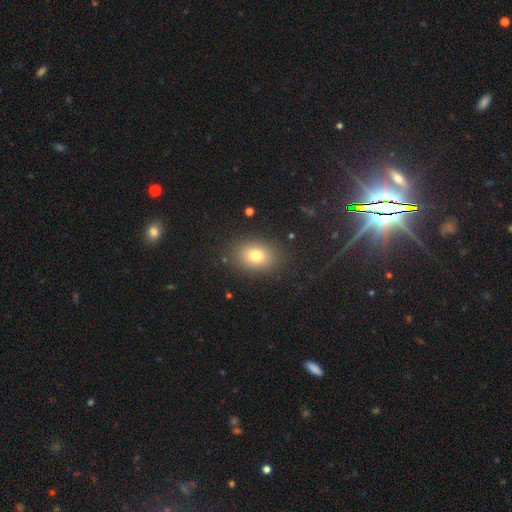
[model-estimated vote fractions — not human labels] This appears to be a smooth galaxy with no disk features (78%) that is in between round and cigar-shaped (72%). Merging: none (86%).